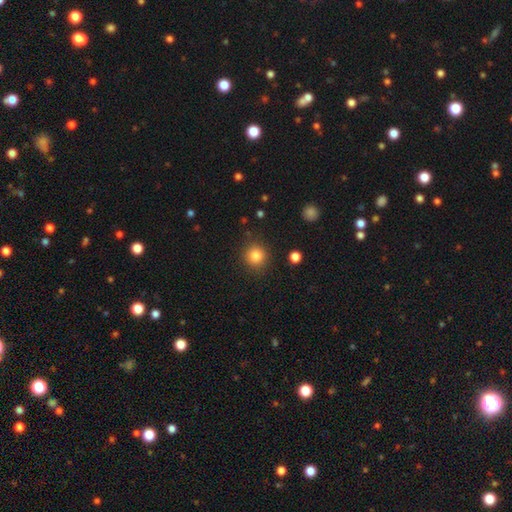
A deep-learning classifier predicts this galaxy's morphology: Q: Smooth or featured?
A: smooth (84%); runner-up: star or artifact (11%)
Q: How rounded?
A: round (92%); runner-up: in between (7%)
Q: Merging?
A: none (89%); runner-up: minor disturbance (7%)